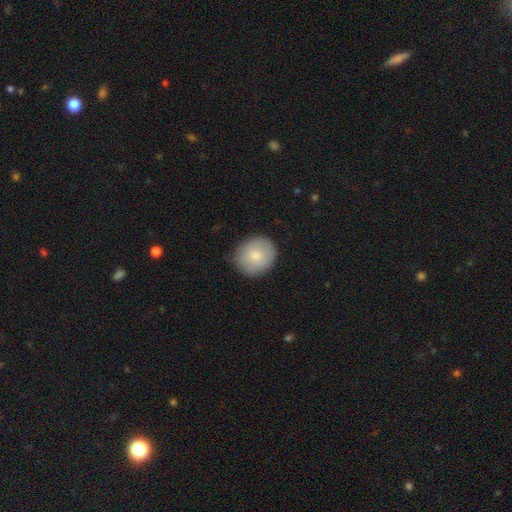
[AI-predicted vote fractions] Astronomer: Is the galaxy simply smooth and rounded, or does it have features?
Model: smooth — 79%.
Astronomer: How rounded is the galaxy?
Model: round — 78%.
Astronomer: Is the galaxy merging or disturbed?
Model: none — 79%.